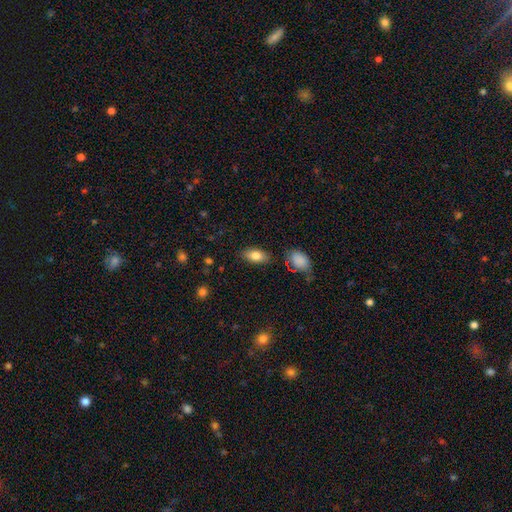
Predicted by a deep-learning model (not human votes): smooth-or-featured: smooth: 81% | featured or disk: 11% | star or artifact: 8%
  how-rounded: in between: 89% | cigar-shaped: 7% | round: 4%
  merging: none: 83% | minor disturbance: 12% | major disturbance: 3% | merger: 2%